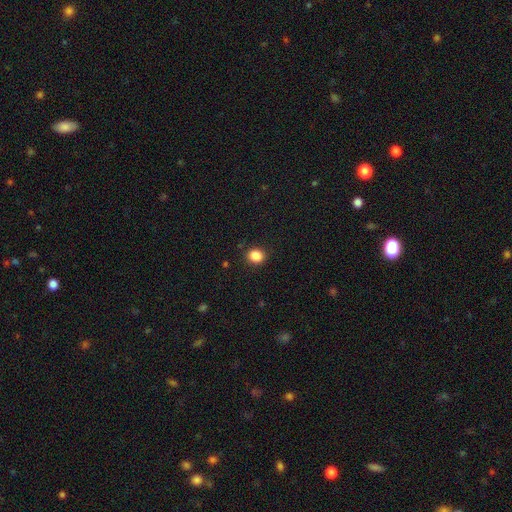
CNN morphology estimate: smooth 86%, star or artifact 11%, featured or disk 3%. Down the decision tree: how rounded — round (74%); merging — none (89%).